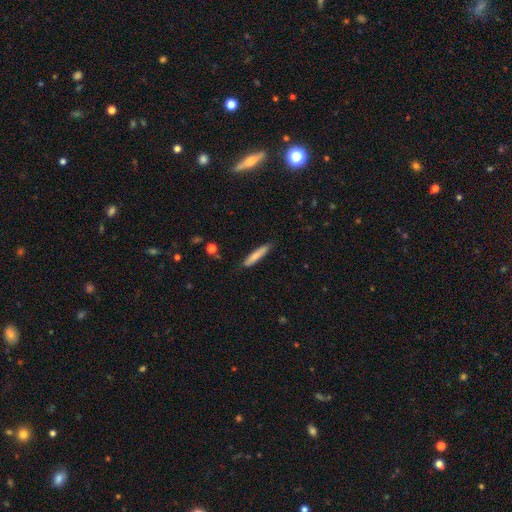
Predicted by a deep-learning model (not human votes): Smooth or featured? smooth (80%)
How rounded? cigar-shaped (90%)
Merging? none (86%)